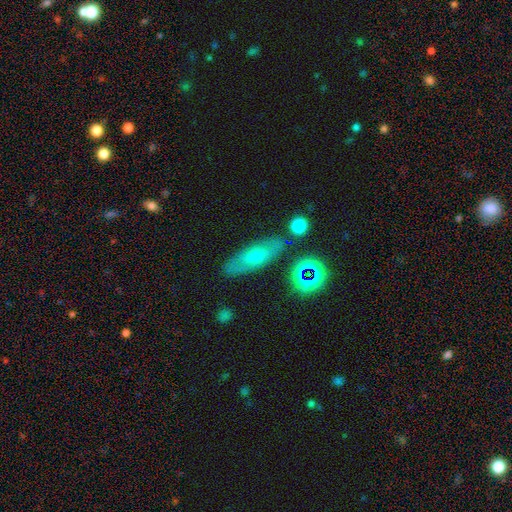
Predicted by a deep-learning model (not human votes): Q: Smooth or featured?
A: smooth (52%); runner-up: featured or disk (38%)
Q: How rounded?
A: in between (66%); runner-up: cigar-shaped (29%)
Q: Merging?
A: none (81%); runner-up: minor disturbance (12%)